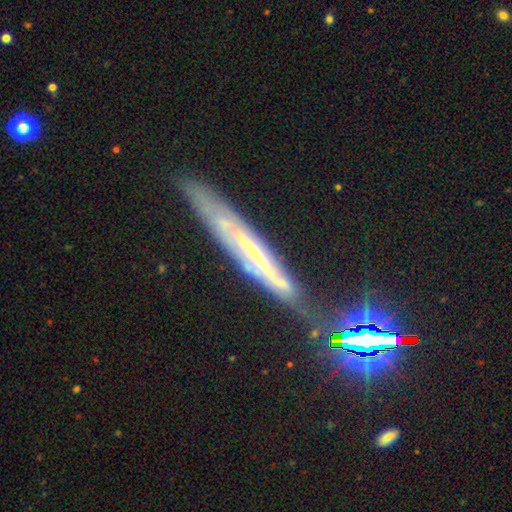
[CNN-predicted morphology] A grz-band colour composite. It shows a featured or disk galaxy (67%) viewed edge-on (76%) with no central bulge (71%). Merging: none (68%).